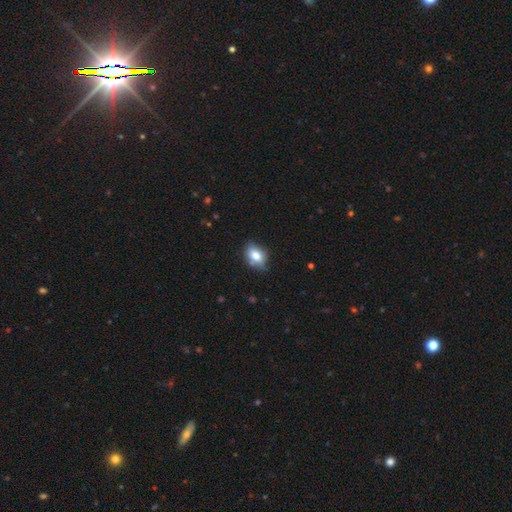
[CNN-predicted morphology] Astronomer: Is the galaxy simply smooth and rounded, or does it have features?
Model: smooth — 75%.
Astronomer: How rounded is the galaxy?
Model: in between — 75%.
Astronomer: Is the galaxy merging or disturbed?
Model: none — 63%.